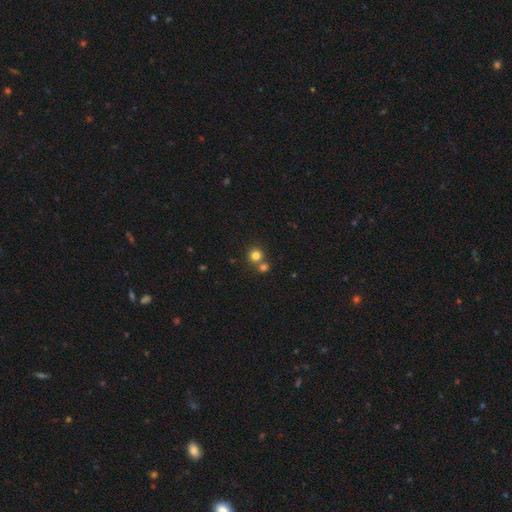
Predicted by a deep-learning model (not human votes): Q: Smooth or featured?
A: smooth (80%); runner-up: star or artifact (13%)
Q: How rounded?
A: round (91%); runner-up: in between (8%)
Q: Merging?
A: none (60%); runner-up: merger (32%)